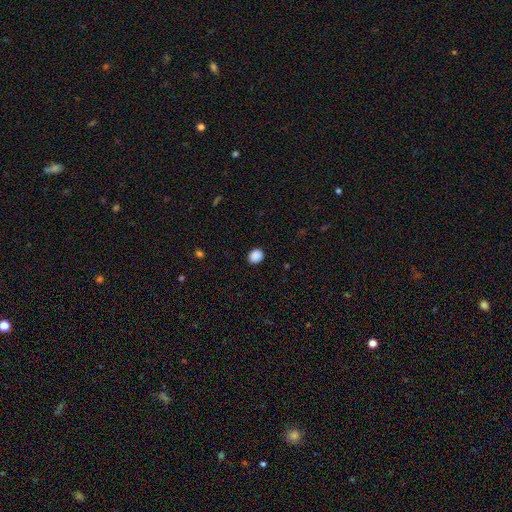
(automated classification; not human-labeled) Overall: smooth (89%). How rounded: round (56%; in between 43%). Merging: none (89%).